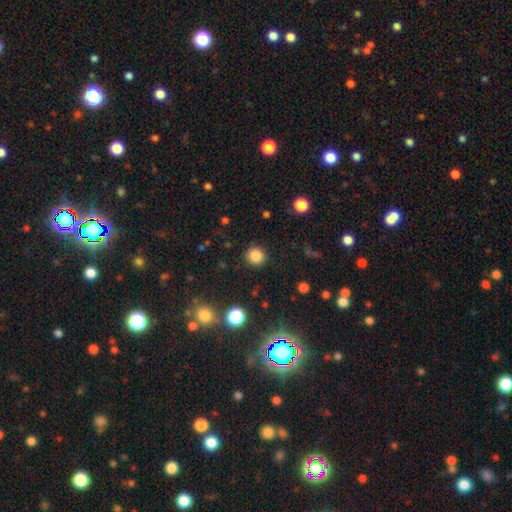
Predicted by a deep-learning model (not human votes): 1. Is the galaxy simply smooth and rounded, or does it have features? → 84% smooth, 12% star or artifact, 4% featured or disk.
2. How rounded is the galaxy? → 92% round, 7% in between, 1% cigar-shaped.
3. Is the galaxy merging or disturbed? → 90% none, 6% minor disturbance, 2% major disturbance, 1% merger.